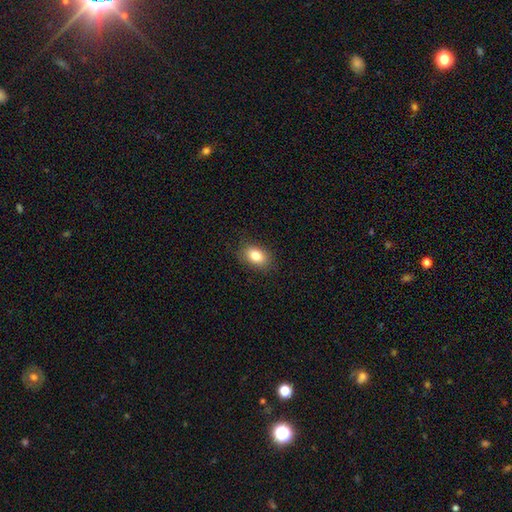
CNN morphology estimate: This is clearly a smooth galaxy (83%). How rounded: clearly in between (83%). Merging: clearly none (85%).